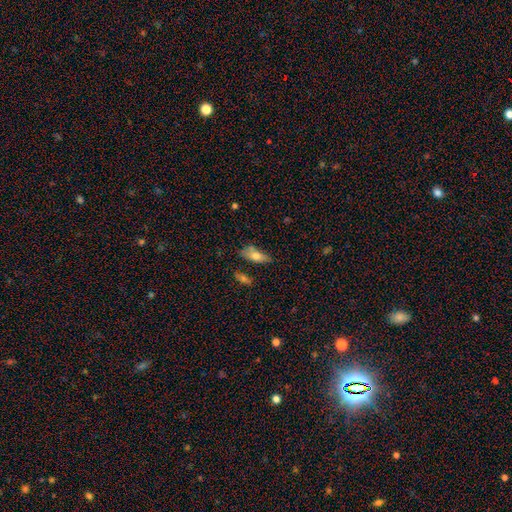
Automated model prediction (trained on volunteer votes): The model was most divided on "merging": none: 58%, minor disturbance: 24%, merger: 11%, major disturbance: 7%. More confident: how rounded — in between (73%); smooth or featured — smooth (69%).